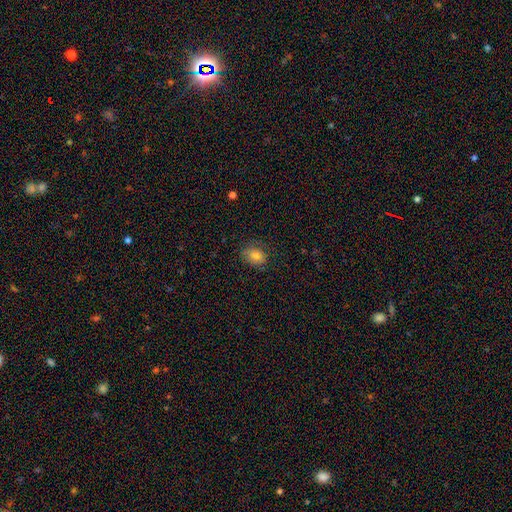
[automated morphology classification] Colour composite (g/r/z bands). It shows a smooth galaxy with no disk features (74%) that is in between round and cigar-shaped (64%). Merging: none (76%).